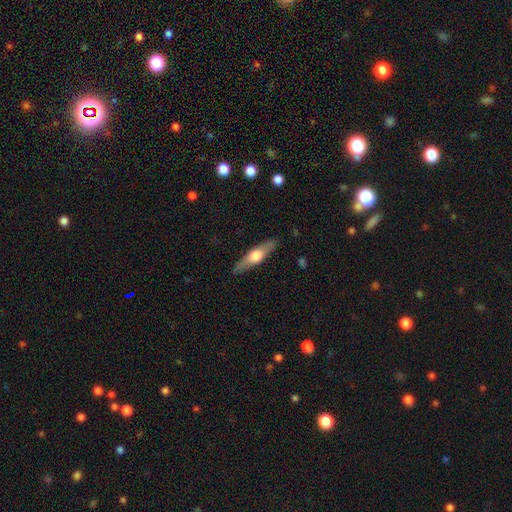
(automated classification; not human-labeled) Overall: featured or disk (54%; smooth 41%). Edge-on disk: yes (92%). Merging: none (87%).